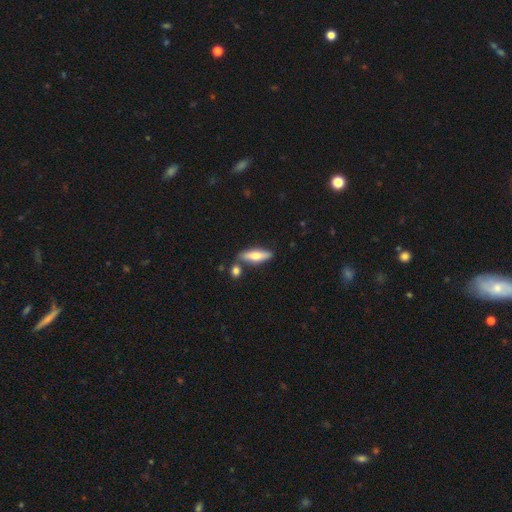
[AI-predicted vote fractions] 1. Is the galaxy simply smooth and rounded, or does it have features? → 62% smooth, 33% featured or disk, 6% star or artifact.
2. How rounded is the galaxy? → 54% cigar-shaped, 44% in between, 2% round.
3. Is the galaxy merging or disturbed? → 73% none, 12% minor disturbance, 12% merger, 3% major disturbance.